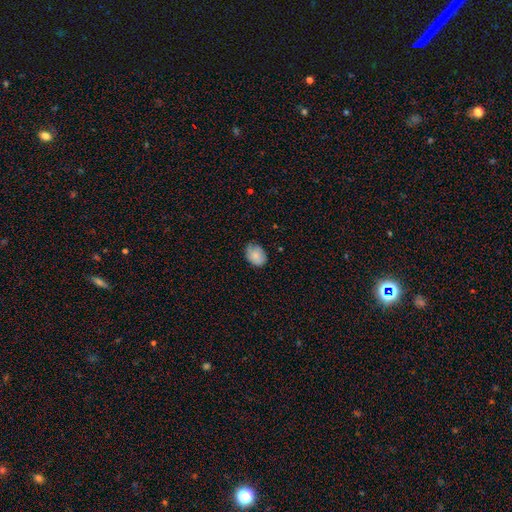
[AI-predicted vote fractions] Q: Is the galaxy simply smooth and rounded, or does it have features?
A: smooth — 79%.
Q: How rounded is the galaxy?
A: in between — 71%.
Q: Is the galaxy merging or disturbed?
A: none — 63%.